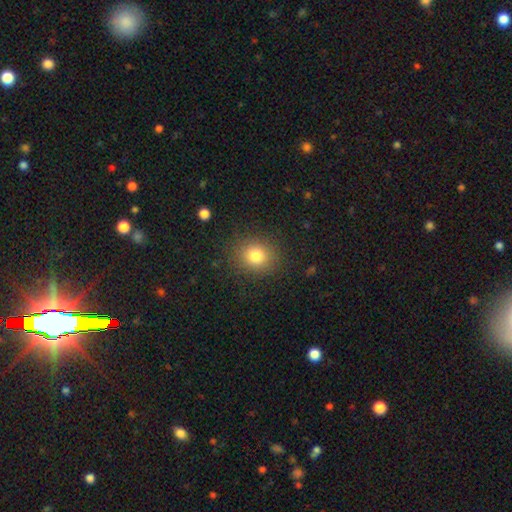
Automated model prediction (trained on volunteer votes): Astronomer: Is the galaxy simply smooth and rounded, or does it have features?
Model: smooth — 80%.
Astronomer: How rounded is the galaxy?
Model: round — 75%.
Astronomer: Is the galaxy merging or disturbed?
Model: none — 87%.